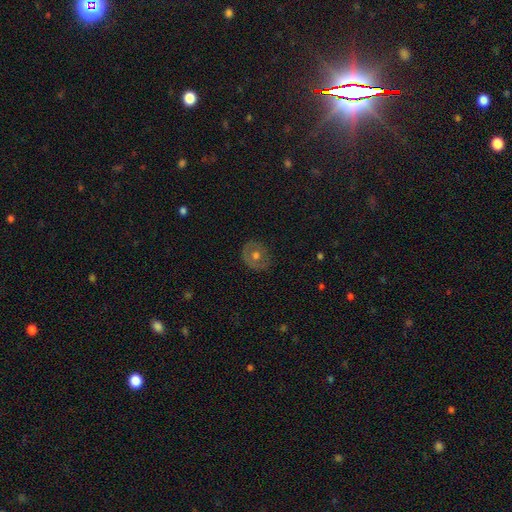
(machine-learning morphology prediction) This is possibly a smooth galaxy (47%). Merging: clearly none (81%).